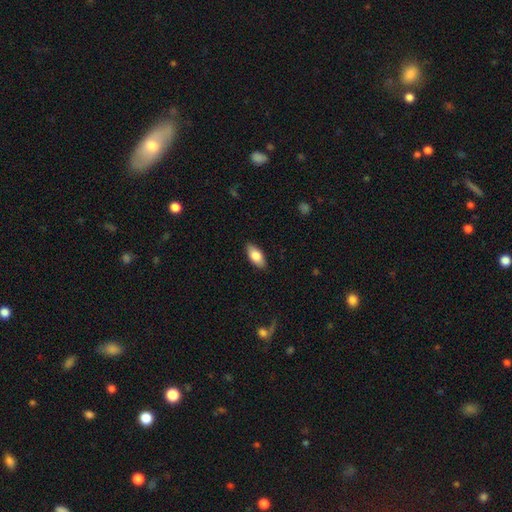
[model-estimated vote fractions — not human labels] Smooth or featured?
  - smooth: 80% *
  - featured or disk: 13%
  - star or artifact: 6%
How rounded?
  - in between: 89% *
  - cigar-shaped: 8%
  - round: 3%
Merging?
  - none: 88% *
  - minor disturbance: 9%
  - major disturbance: 2%
  - merger: 1%